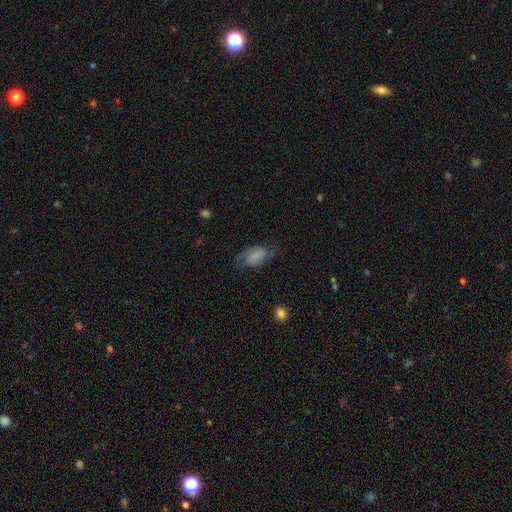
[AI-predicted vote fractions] Smooth or featured? featured or disk (58%)
Edge-on disk? no (97%)
Bar? no (48%)
Spiral arms? yes (91%)
Spiral winding? medium (47%)
Spiral arm count? 2 (88%)
Bulge size? none (53%)
Merging? none (65%)